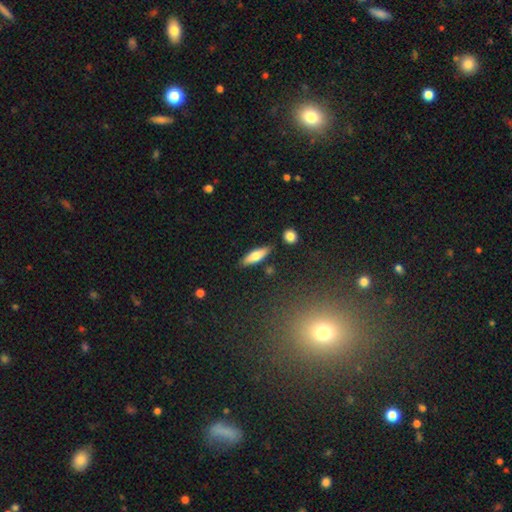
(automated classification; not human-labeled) Overall: smooth (67%). How rounded: cigar-shaped (52%; in between 45%). Merging: none (84%).